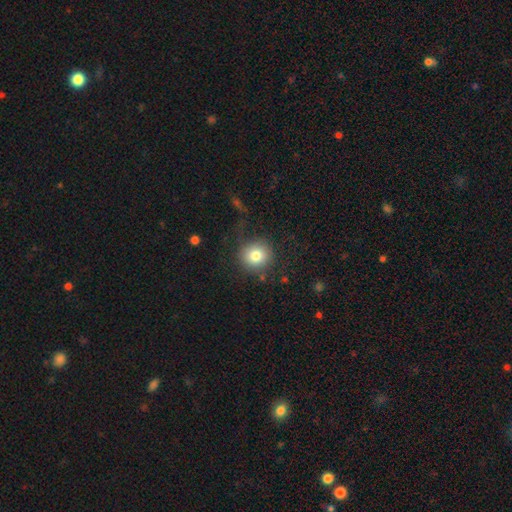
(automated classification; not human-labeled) smooth 80%, star or artifact 10%, featured or disk 10%. Down the decision tree: how rounded — round (91%); merging — none (80%).